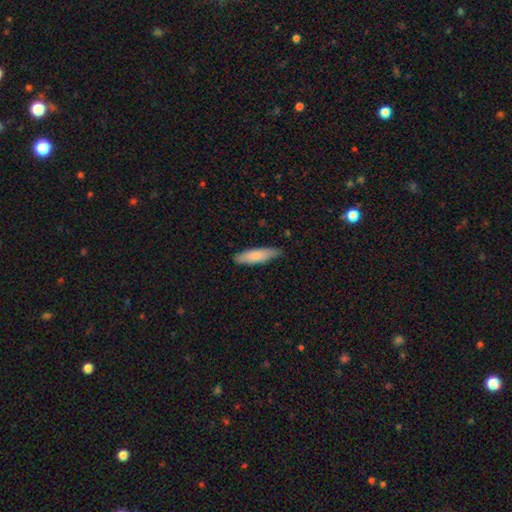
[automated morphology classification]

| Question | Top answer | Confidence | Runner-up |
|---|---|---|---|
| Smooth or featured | smooth | 79% | featured or disk (16%) |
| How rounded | cigar-shaped | 60% | in between (39%) |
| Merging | none | 80% | minor disturbance (16%) |